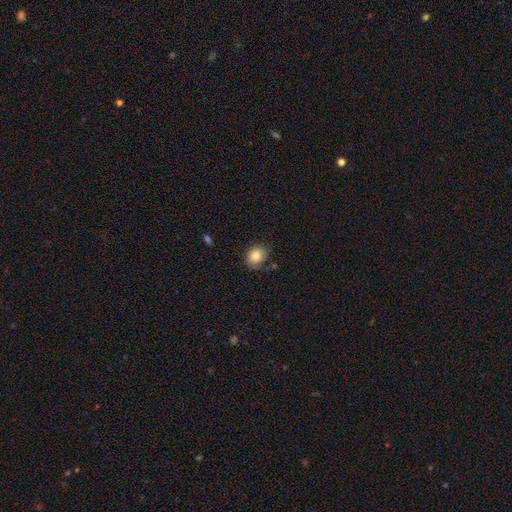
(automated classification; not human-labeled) A smooth galaxy with no disk features (84%) that is round (60%). Merging: none (73%).